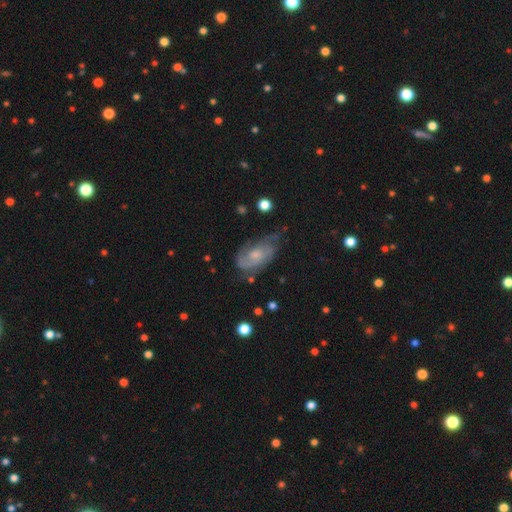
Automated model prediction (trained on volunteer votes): Overall: featured or disk (71%). Edge-on disk: no (95%). Bar: no (67%; weak 29%). Spiral arms: yes (89%). Spiral arm count: 2 (49%; can't tell 24%). Spiral winding: medium (41%; tight 39%). Bulge size: small (42%; moderate 40%). Merging: none (54%; minor disturbance 28%).